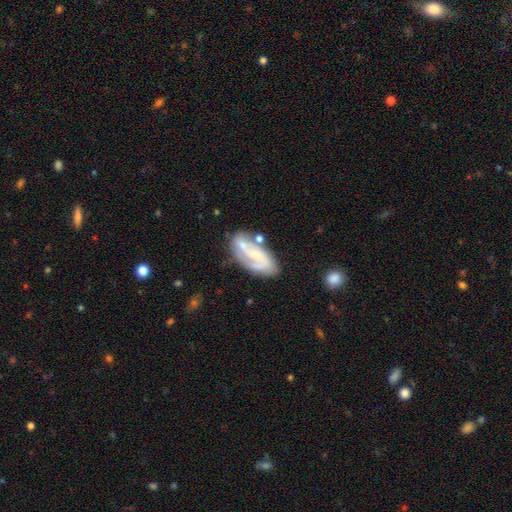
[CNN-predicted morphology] Overall: featured or disk (71%). Edge-on disk: no (94%). Bar: no (41%; weak 38%). Spiral arms: yes (87%). Spiral arm count: 2 (72%). Spiral winding: medium (43%; tight 30%). Bulge size: small (57%; moderate 25%). Merging: none (59%; minor disturbance 21%).